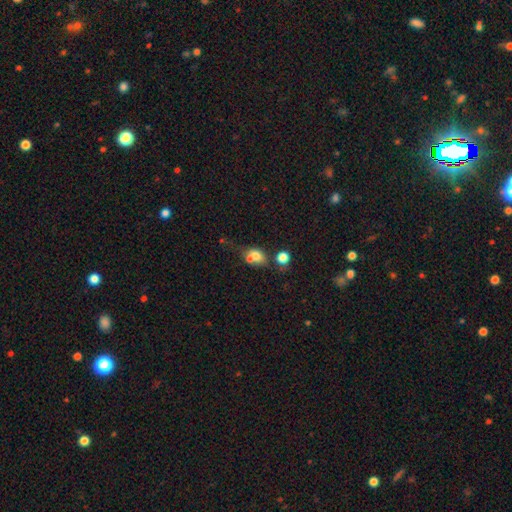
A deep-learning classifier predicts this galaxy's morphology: Q: Smooth or featured?
A: smooth (69%); runner-up: featured or disk (19%)
Q: How rounded?
A: in between (56%); runner-up: round (42%)
Q: Merging?
A: merger (45%); runner-up: none (32%)